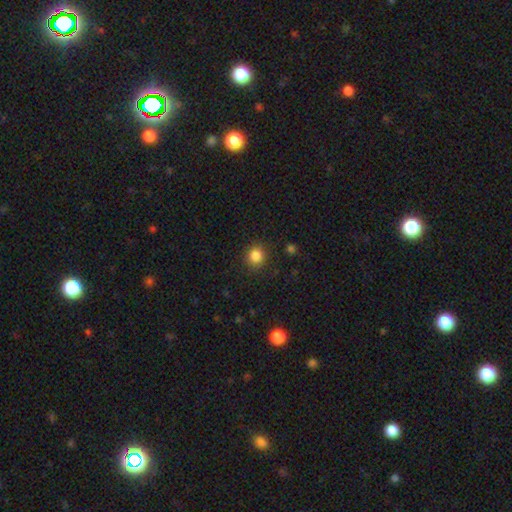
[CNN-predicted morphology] smooth-or-featured: smooth: 84% | star or artifact: 11% | featured or disk: 4%
  how-rounded: round: 90% | in between: 9% | cigar-shaped: 1%
  merging: none: 90% | minor disturbance: 7% | major disturbance: 2% | merger: 1%